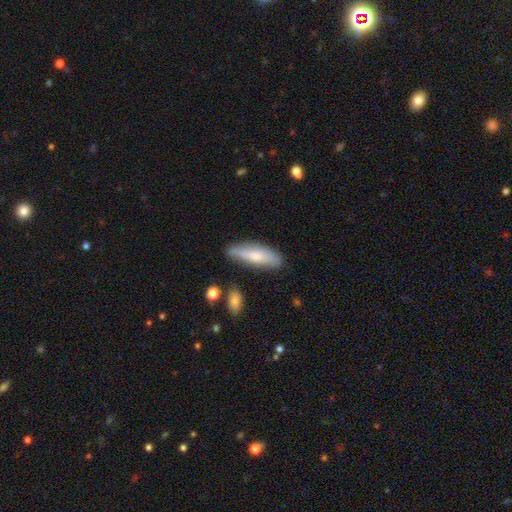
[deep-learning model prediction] smooth-or-featured: smooth: 68% | featured or disk: 26% | star or artifact: 6%
  how-rounded: cigar-shaped: 54% | in between: 44% | round: 2%
  merging: none: 76% | minor disturbance: 17% | major disturbance: 4% | merger: 3%